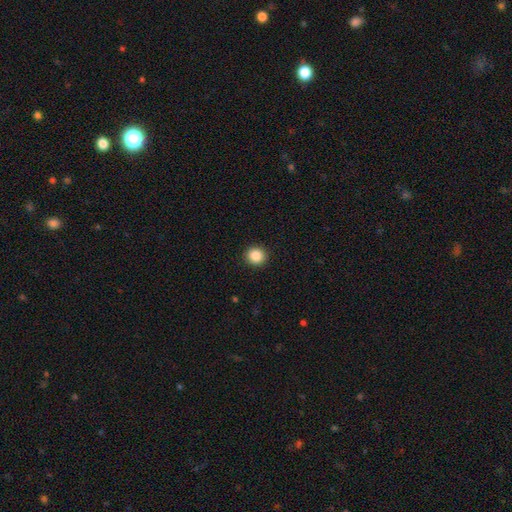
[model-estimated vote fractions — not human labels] smooth_or_featured: smooth (p=0.87) [alt: star or artifact p=0.09]
how_rounded: round (p=0.90) [alt: in between p=0.09]
merging: none (p=0.92) [alt: minor disturbance p=0.05]